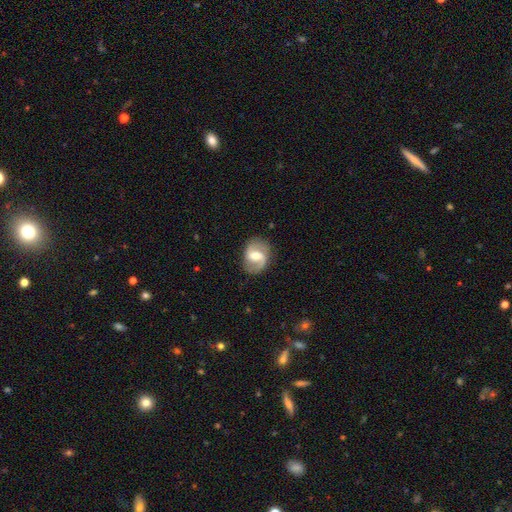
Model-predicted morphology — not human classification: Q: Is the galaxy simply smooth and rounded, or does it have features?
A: featured or disk — 78%.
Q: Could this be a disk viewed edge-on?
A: no — 97%.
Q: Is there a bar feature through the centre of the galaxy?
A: weak — 54%.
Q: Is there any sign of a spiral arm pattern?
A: yes — 92%.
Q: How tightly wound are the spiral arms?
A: medium — 44%.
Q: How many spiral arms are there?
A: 2 — 87%.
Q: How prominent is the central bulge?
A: moderate — 66%.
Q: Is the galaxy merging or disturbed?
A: none — 81%.